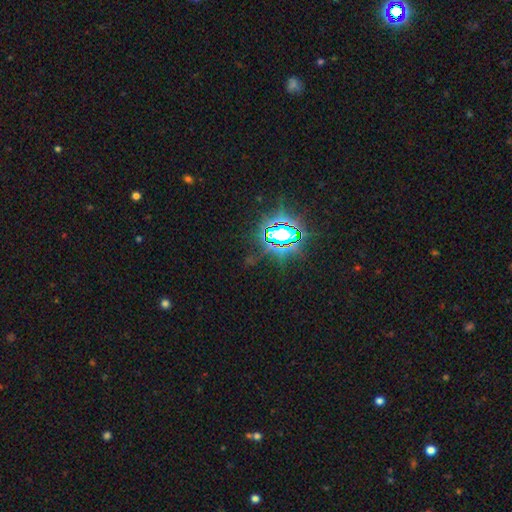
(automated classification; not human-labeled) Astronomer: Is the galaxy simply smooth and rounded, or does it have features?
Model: star or artifact — 83%.